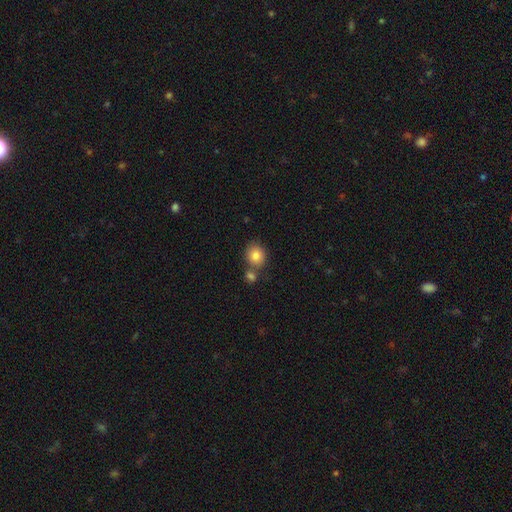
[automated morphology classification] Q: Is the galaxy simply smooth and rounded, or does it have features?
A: smooth — 82%.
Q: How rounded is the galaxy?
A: round — 77%.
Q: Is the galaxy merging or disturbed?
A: none — 60%.